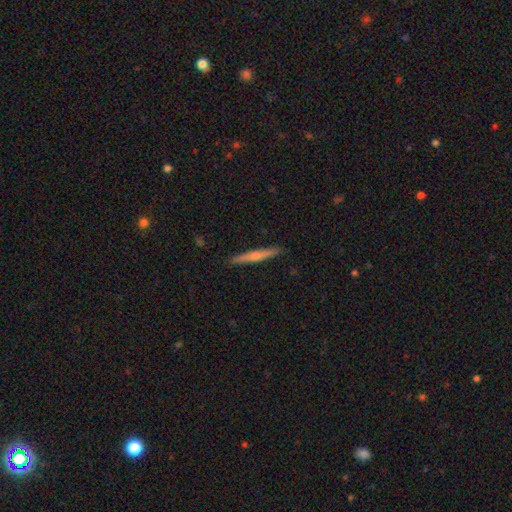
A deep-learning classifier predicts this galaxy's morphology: This is possibly a smooth galaxy (49%). Merging: clearly none (91%).